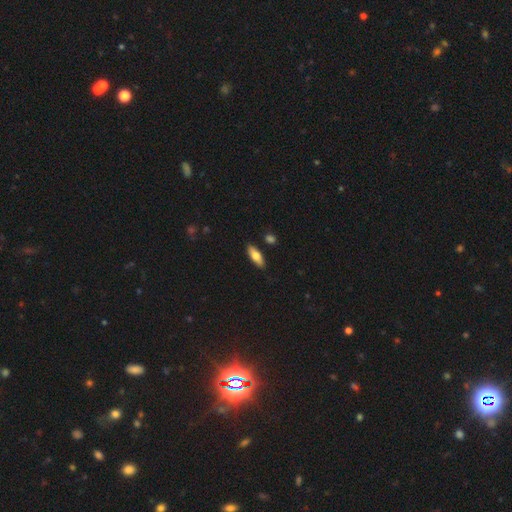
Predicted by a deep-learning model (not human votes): smooth-or-featured: smooth: 72% | featured or disk: 22% | star or artifact: 6%
  how-rounded: in between: 68% | cigar-shaped: 30% | round: 2%
  merging: none: 86% | minor disturbance: 10% | merger: 2% | major disturbance: 2%